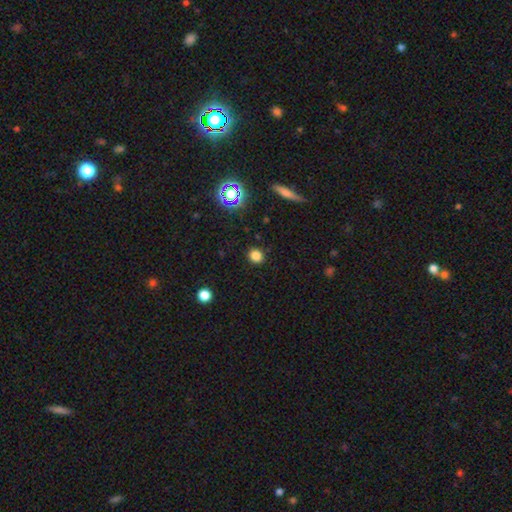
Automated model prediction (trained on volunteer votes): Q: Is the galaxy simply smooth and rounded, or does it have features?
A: smooth — 80%.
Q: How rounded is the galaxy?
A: round — 78%.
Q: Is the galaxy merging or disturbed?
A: none — 90%.